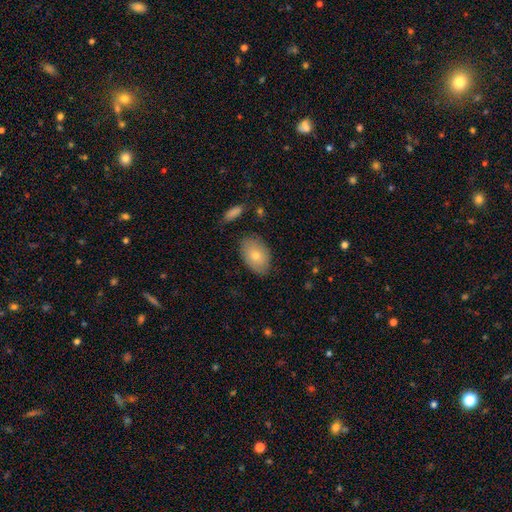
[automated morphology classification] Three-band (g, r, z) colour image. It shows a smooth galaxy with no disk features (71%) that is in between round and cigar-shaped (87%). Merging: none (80%).